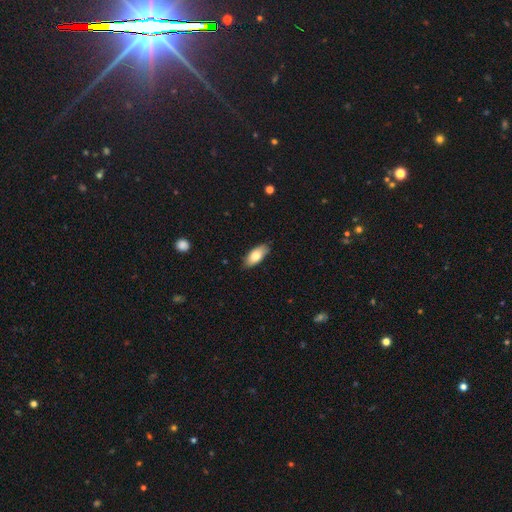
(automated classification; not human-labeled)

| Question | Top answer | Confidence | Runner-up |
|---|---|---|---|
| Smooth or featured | smooth | 78% | featured or disk (16%) |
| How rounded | in between | 85% | cigar-shaped (12%) |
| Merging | none | 83% | minor disturbance (14%) |